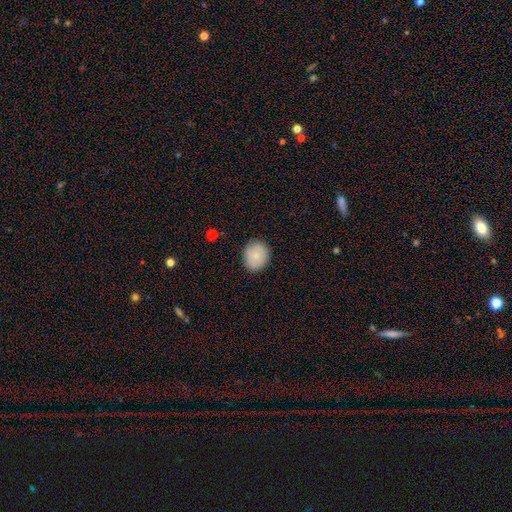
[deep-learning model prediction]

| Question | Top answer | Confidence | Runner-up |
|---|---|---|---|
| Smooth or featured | smooth | 80% | featured or disk (13%) |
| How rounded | round | 64% | in between (35%) |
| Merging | none | 86% | minor disturbance (11%) |